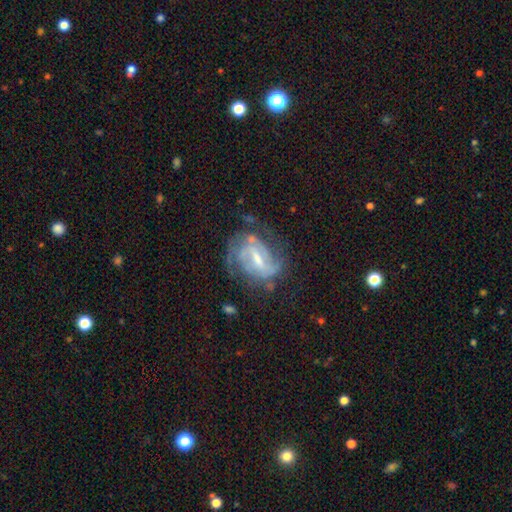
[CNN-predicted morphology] A featured or disk galaxy (86%) with a weak bar (47%), 2 (51%) medium (43%, tied with tight) spiral arms (95%) and a small central bulge (48%). Merging: none (65%).